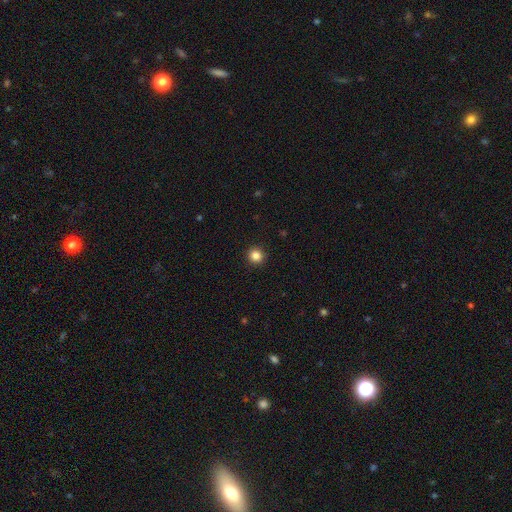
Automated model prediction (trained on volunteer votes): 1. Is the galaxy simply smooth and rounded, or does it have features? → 85% smooth, 11% star or artifact, 4% featured or disk.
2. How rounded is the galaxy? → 94% round, 5% in between, 1% cigar-shaped.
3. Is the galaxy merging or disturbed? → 93% none, 4% minor disturbance, 2% major disturbance, 1% merger.